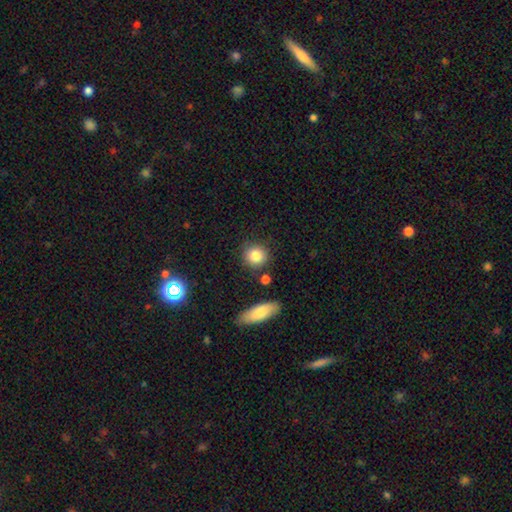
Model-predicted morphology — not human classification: The model was most divided on "merging": none: 80%, minor disturbance: 11%, merger: 6%, major disturbance: 3%. More confident: how rounded — round (86%); smooth or featured — smooth (84%).